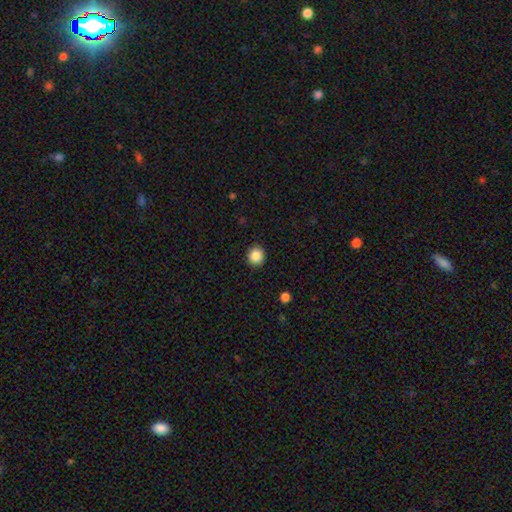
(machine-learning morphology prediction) Overall: smooth (86%). How rounded: round (87%). Merging: none (91%).